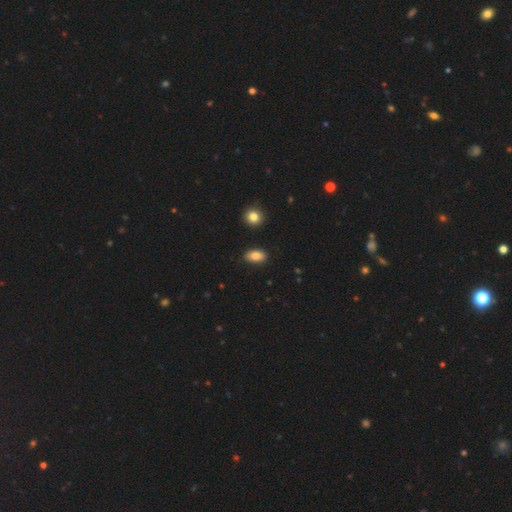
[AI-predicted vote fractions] The model was most divided on "smooth or featured": smooth: 85%, star or artifact: 8%, featured or disk: 8%. More confident: how rounded — in between (91%); merging — none (89%).